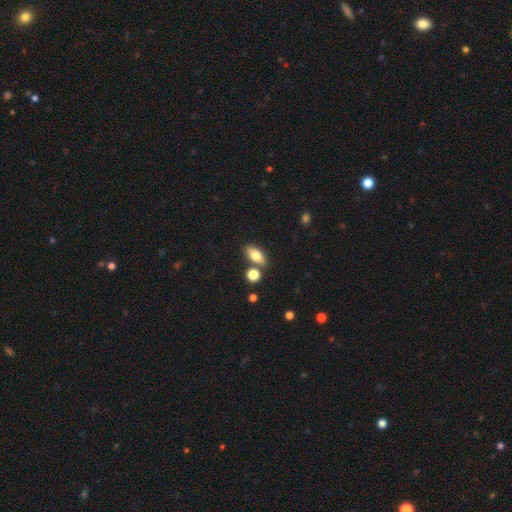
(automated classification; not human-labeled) Smooth or featured: smooth — 77% (featured or disk — 15%)
How rounded: in between — 82% (cigar-shaped — 11%)
Merging: none — 75% (merger — 11%)